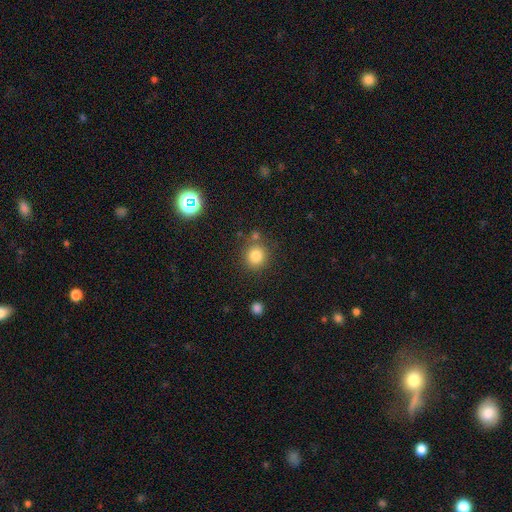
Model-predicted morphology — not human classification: This is clearly a smooth galaxy (83%). How rounded: clearly round (88%). Merging: likely none (78%).